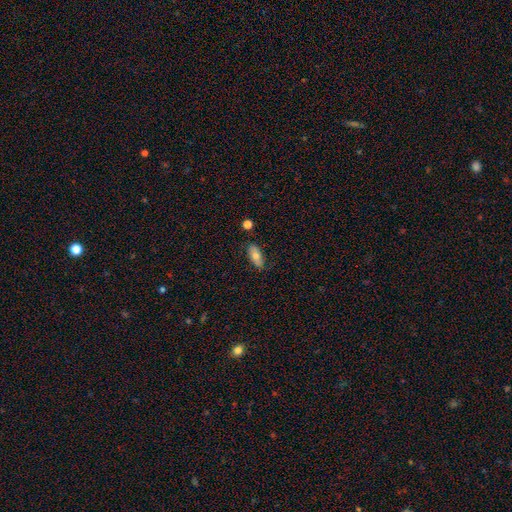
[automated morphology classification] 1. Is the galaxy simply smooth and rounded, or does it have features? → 68% smooth, 24% featured or disk, 7% star or artifact.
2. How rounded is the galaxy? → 83% in between, 14% cigar-shaped, 3% round.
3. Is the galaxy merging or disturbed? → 78% none, 17% minor disturbance, 3% major disturbance, 2% merger.